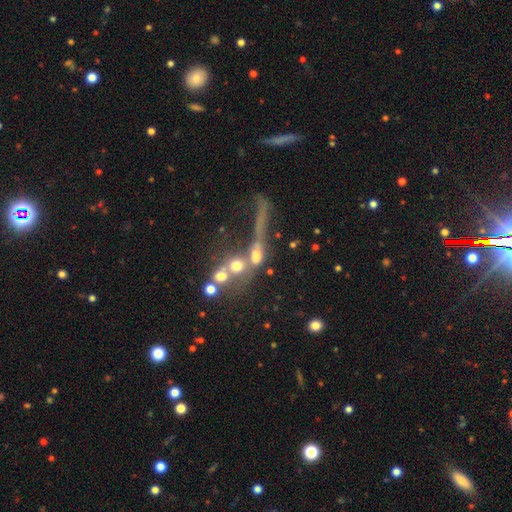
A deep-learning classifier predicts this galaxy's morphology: Overall: smooth (43%; featured or disk 34%). Merging: merger (49%; none 25%).